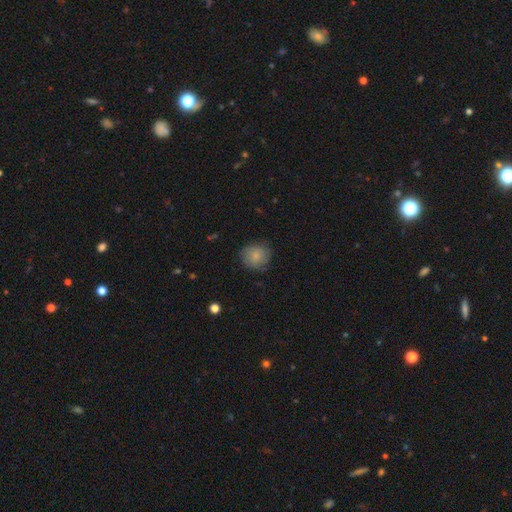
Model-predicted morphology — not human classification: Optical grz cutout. It shows a smooth galaxy with no disk features (80%) that is round (84%). Merging: none (76%).